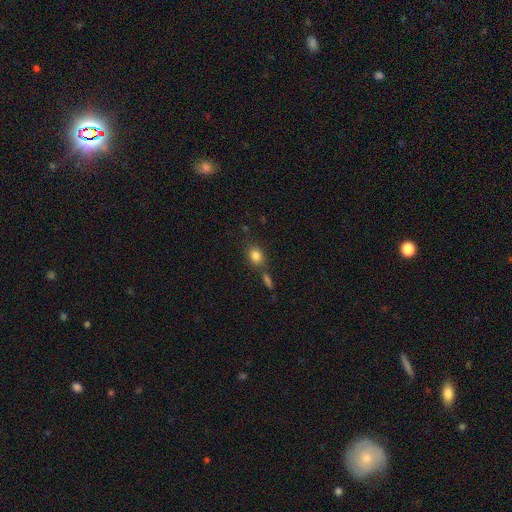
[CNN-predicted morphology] smooth 83%, star or artifact 10%, featured or disk 7%. Down the decision tree: how rounded — round (49%, tied with in between); merging — none (67%).